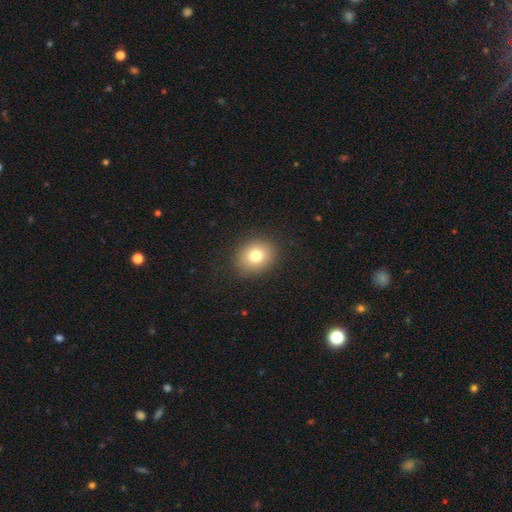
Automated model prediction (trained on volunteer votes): Q: Smooth or featured?
A: smooth (78%); runner-up: star or artifact (11%)
Q: How rounded?
A: round (63%); runner-up: in between (36%)
Q: Merging?
A: none (88%); runner-up: minor disturbance (8%)